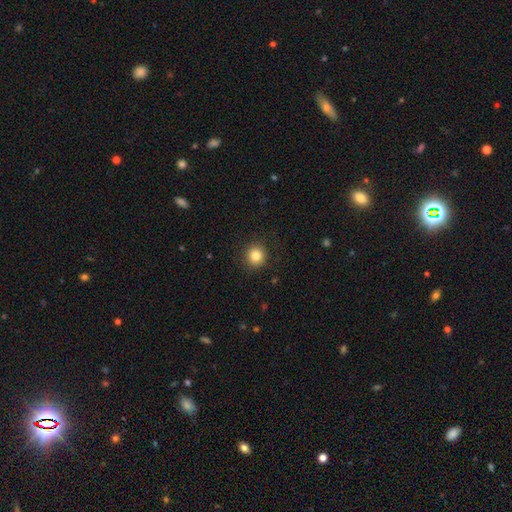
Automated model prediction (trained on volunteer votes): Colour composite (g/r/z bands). It shows a smooth galaxy with no disk features (84%) that is round (92%). Merging: none (91%).